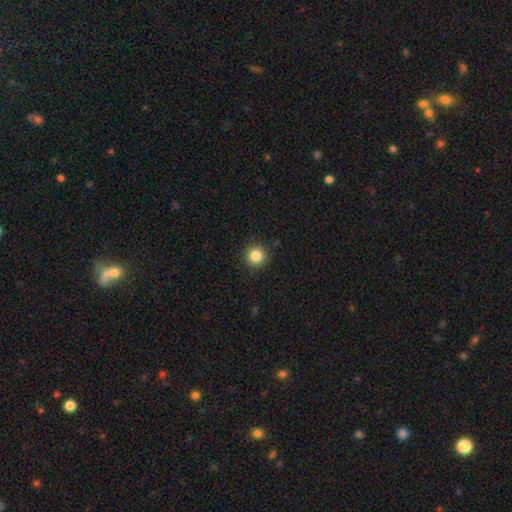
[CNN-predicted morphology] Smooth or featured: smooth — 84% (star or artifact — 11%)
How rounded: round — 94% (in between — 5%)
Merging: none — 90% (minor disturbance — 7%)